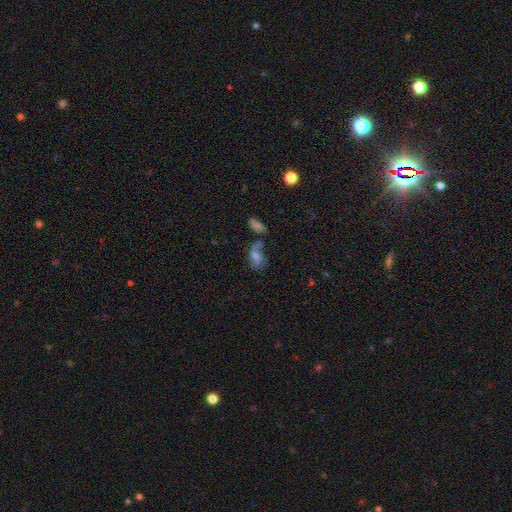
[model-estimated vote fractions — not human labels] Smooth or featured: featured or disk — 47% (smooth — 37%)
Merging: none — 44% (merger — 24%)